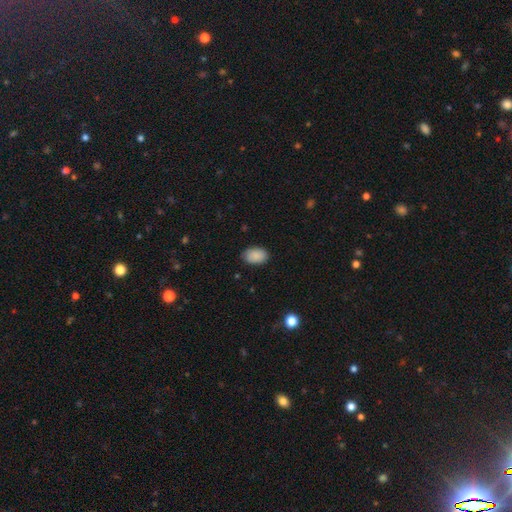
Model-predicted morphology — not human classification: smooth-or-featured: smooth: 89% | star or artifact: 7% | featured or disk: 4%
  how-rounded: in between: 87% | round: 12% | cigar-shaped: 1%
  merging: none: 84% | minor disturbance: 13% | major disturbance: 2% | merger: 1%